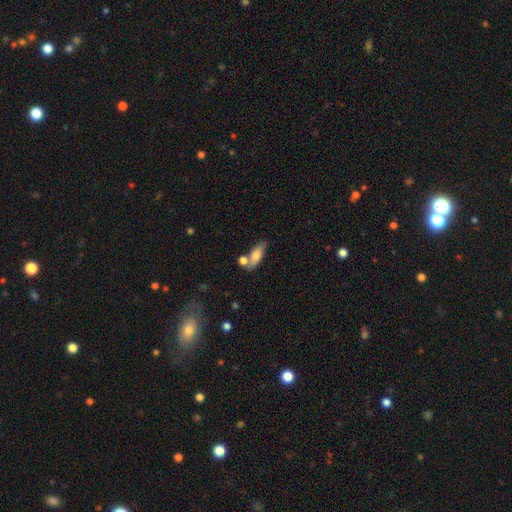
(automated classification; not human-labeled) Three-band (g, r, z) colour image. It shows a smooth galaxy with no disk features (72%) that is in between round and cigar-shaped (66%). Merging: none (55%).